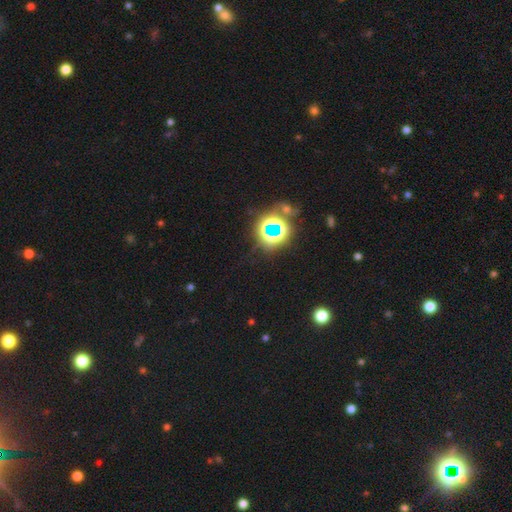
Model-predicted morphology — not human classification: star or artifact 70%, smooth 19%, featured or disk 12%.